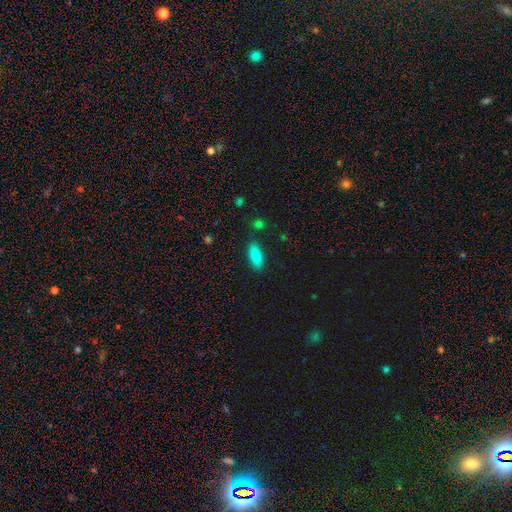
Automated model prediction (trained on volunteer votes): smooth-or-featured: smooth: 84% | featured or disk: 9% | star or artifact: 7%
  how-rounded: in between: 74% | cigar-shaped: 23% | round: 2%
  merging: none: 86% | minor disturbance: 9% | merger: 3% | major disturbance: 2%